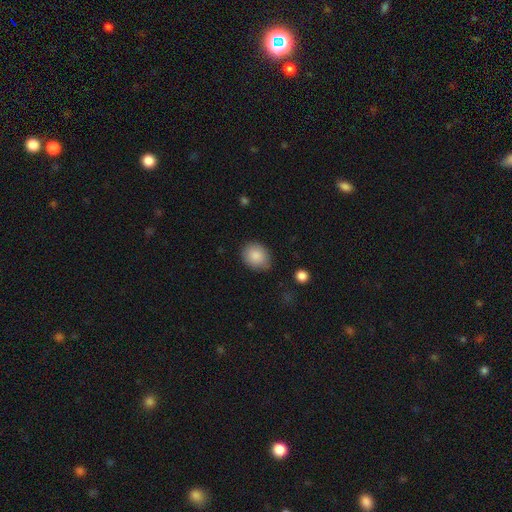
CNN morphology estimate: Smooth or featured?
  - smooth: 87% *
  - star or artifact: 8%
  - featured or disk: 6%
How rounded?
  - round: 54% *
  - in between: 45%
  - cigar-shaped: 1%
Merging?
  - none: 79% *
  - minor disturbance: 16%
  - major disturbance: 3%
  - merger: 2%